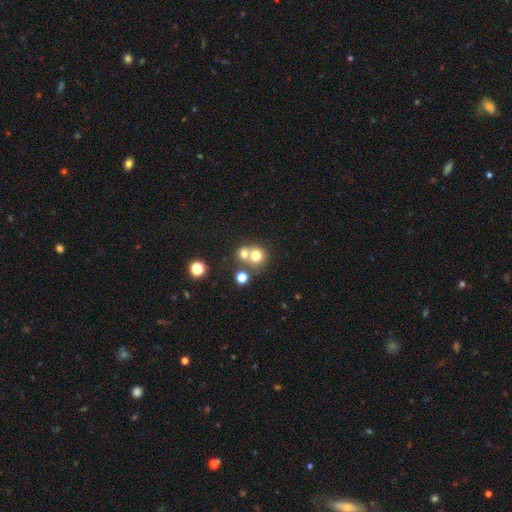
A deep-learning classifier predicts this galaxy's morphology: A smooth galaxy with no disk features (71%) that is round (84%).

Vote fractions:
- Smooth or featured? smooth: 71% / featured or disk: 15% / star or artifact: 14%
- How rounded? round: 84% / in between: 15% / cigar-shaped: 1%
- Merging? merger: 50% / none: 41% / minor disturbance: 6% / major disturbance: 3%